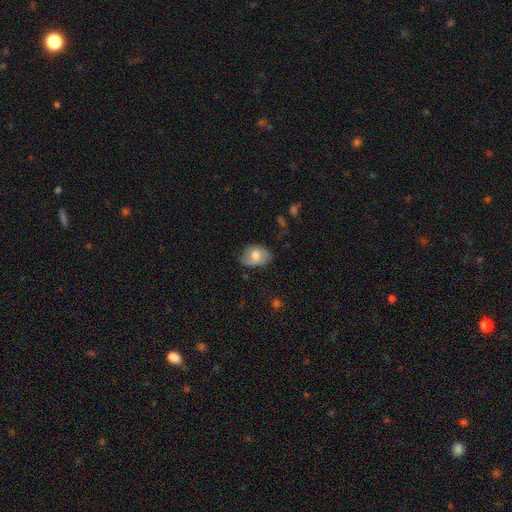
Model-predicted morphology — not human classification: This appears to be a smooth galaxy with no disk features (68%) that is in between round and cigar-shaped (71%). Merging: none (59%).